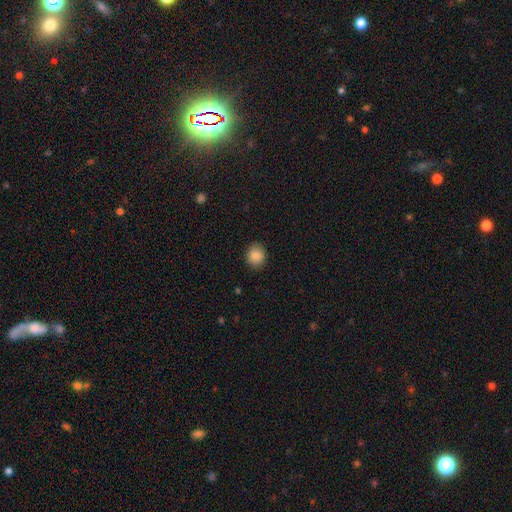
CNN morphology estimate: Overall: smooth (86%). How rounded: round (82%). Merging: none (89%).